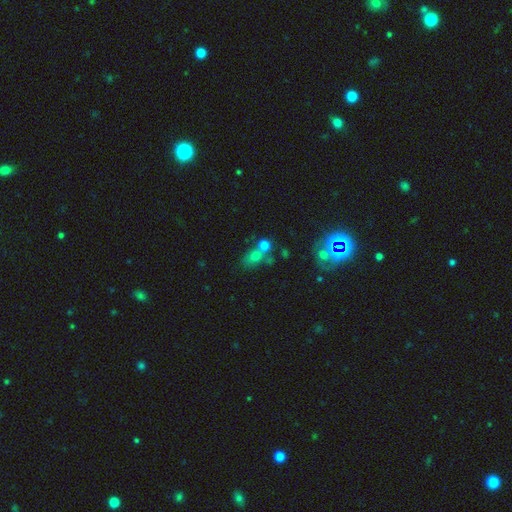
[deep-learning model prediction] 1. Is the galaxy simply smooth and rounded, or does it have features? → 65% smooth, 19% star or artifact, 16% featured or disk.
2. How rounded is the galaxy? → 52% round, 46% in between, 2% cigar-shaped.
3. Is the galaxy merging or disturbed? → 44% merger, 38% none, 12% minor disturbance, 7% major disturbance.